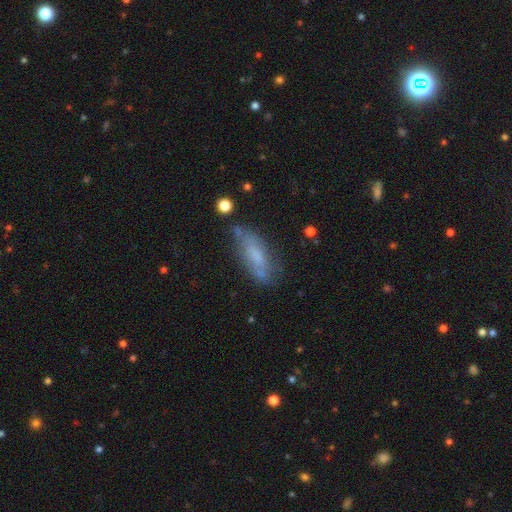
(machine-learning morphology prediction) This appears to be a smooth galaxy with no disk features (56%) that is in between round and cigar-shaped (62%). Merging: none (61%).